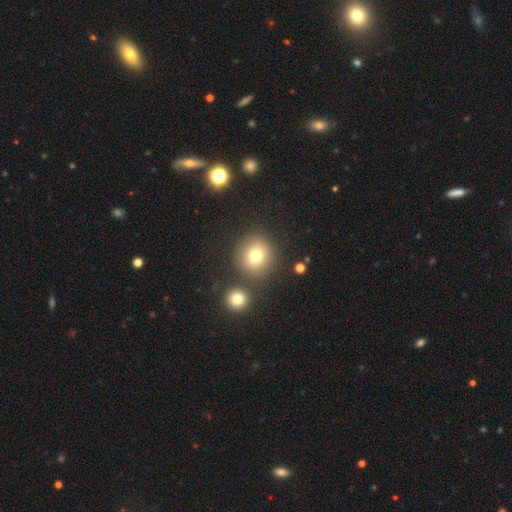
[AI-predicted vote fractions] Morphology: type=smooth (75%); roundness=round (91%); merging=none (77%).